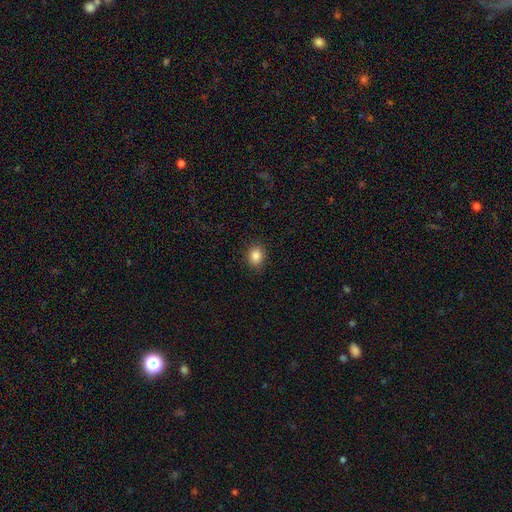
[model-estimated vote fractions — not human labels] Smooth or featured? smooth (86%)
How rounded? round (54%)
Merging? none (88%)